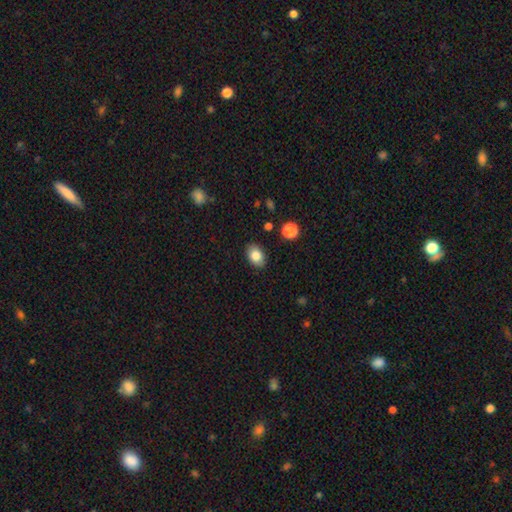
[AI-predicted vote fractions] Smooth or featured? Predicted: smooth (p=0.83). How rounded? Predicted: in between (p=0.81). Merging? Predicted: none (p=0.87).